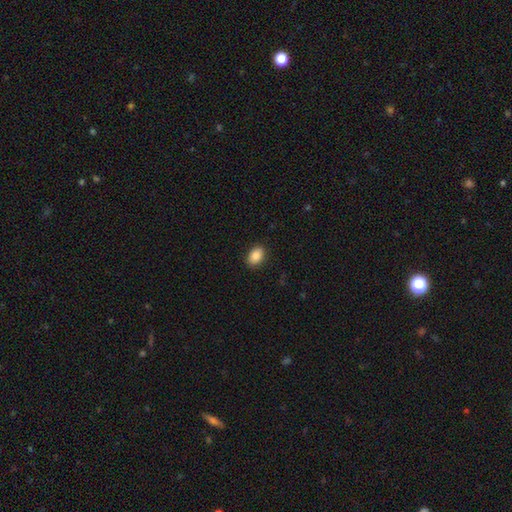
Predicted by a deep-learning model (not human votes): Overall: smooth (88%). How rounded: in between (81%). Merging: none (89%).